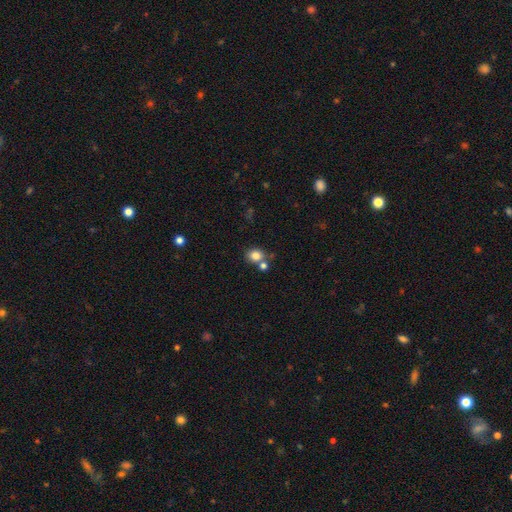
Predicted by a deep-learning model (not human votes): Smooth or featured: smooth — 82% (star or artifact — 11%)
How rounded: round — 64% (in between — 35%)
Merging: none — 61% (merger — 25%)